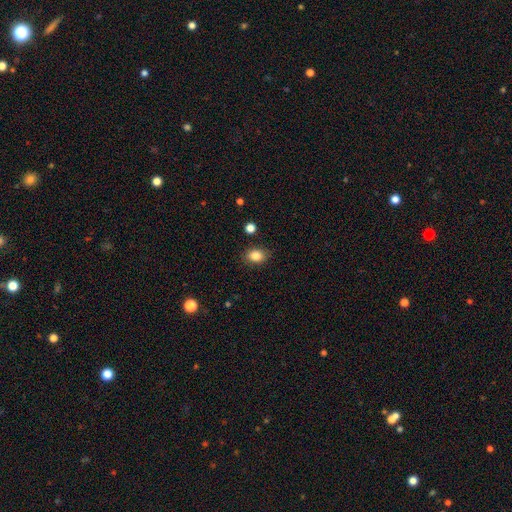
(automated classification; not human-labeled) smooth_or_featured: smooth (p=0.85) [alt: star or artifact p=0.10]
how_rounded: in between (p=0.64) [alt: round p=0.35]
merging: none (p=0.85) [alt: minor disturbance p=0.10]